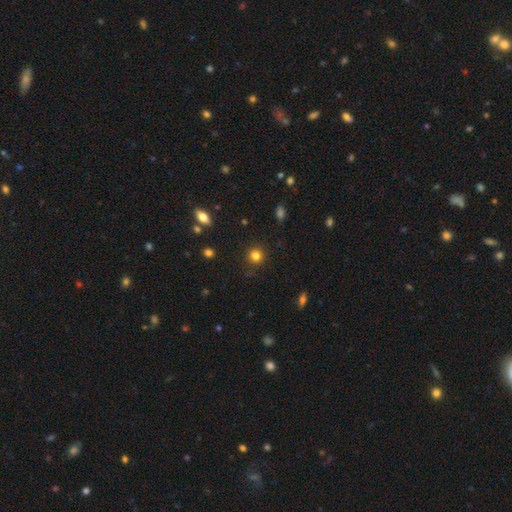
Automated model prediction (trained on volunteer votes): Q: Smooth or featured?
A: smooth (82%); runner-up: star or artifact (12%)
Q: How rounded?
A: round (92%); runner-up: in between (7%)
Q: Merging?
A: none (89%); runner-up: minor disturbance (7%)